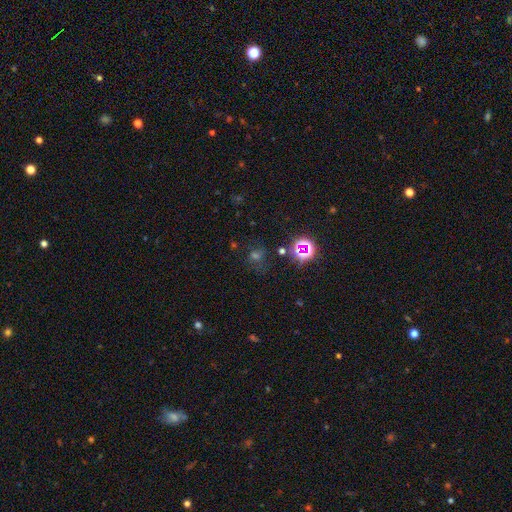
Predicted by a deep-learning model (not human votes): Smooth or featured?
  - star or artifact: 48% *
  - smooth: 40%
  - featured or disk: 13%